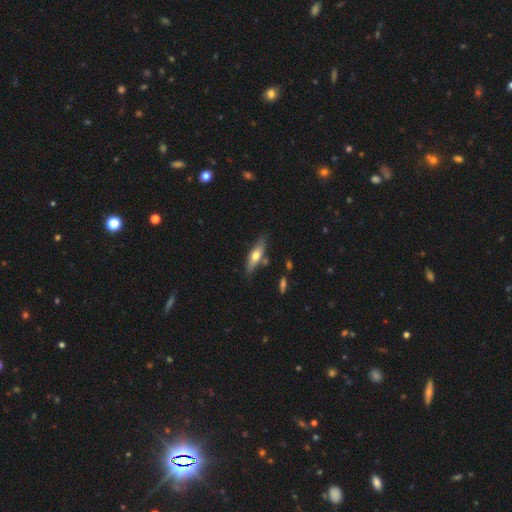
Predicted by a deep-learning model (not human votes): The model was most divided on "how rounded": cigar-shaped: 51%, in between: 46%, round: 3%. More confident: merging — none (72%); smooth or featured — smooth (52%).